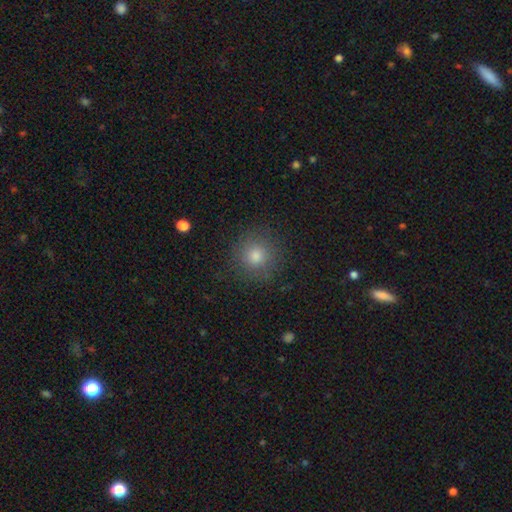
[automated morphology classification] This is likely a smooth galaxy (77%). How rounded: clearly round (93%). Merging: clearly none (88%).